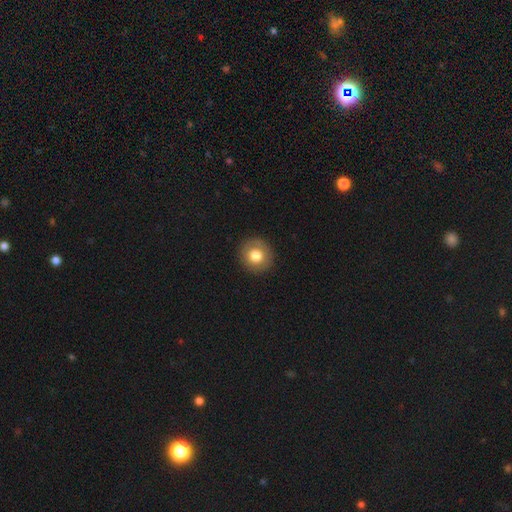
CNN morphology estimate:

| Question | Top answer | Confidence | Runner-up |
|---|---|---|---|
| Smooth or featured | smooth | 77% | featured or disk (14%) |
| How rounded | round | 91% | in between (8%) |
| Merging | none | 89% | minor disturbance (8%) |